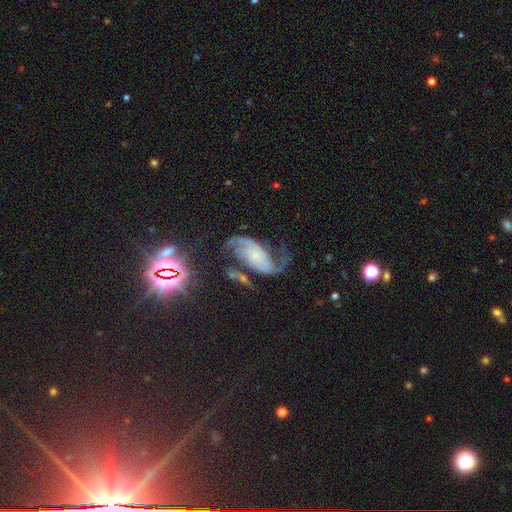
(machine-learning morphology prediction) smooth_or_featured: featured or disk (p=0.80) [alt: star or artifact p=0.11]
disk_edge_on: no (p=0.96) [alt: yes p=0.04]
bar: no (p=0.63) [alt: weak p=0.23]
has_spiral_arms: yes (p=0.96) [alt: no p=0.04]
spiral_winding: loose (p=0.53) [alt: medium p=0.36]
spiral_arm_count: 2 (p=0.92) [alt: can't tell p=0.03]
bulge_size: small (p=0.50) [alt: none p=0.25]
merging: none (p=0.53) [alt: minor disturbance p=0.20]